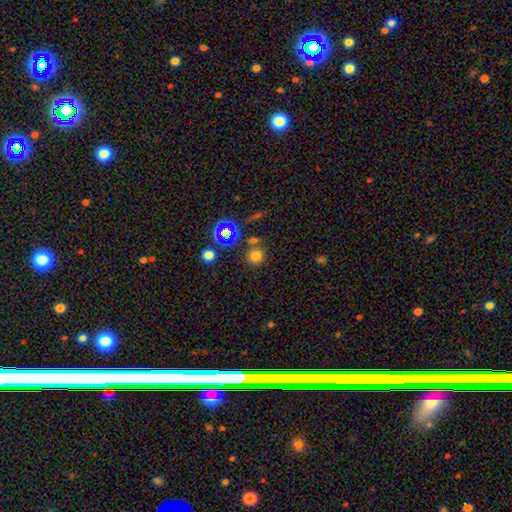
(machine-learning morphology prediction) smooth_or_featured: smooth (p=0.73) [alt: star or artifact p=0.20]
how_rounded: round (p=0.89) [alt: in between p=0.10]
merging: none (p=0.75) [alt: merger p=0.12]